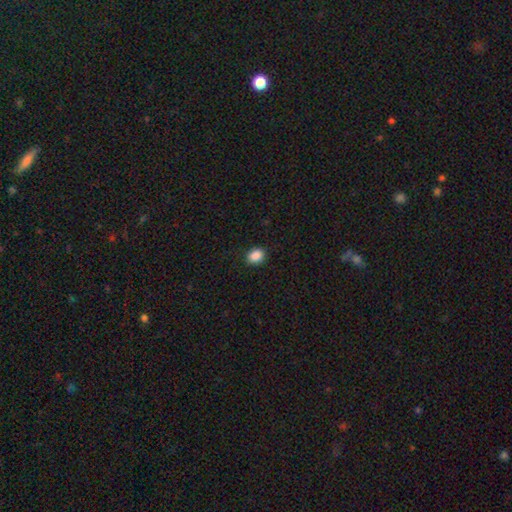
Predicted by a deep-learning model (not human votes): smooth 88%, star or artifact 9%, featured or disk 3%. Down the decision tree: how rounded — round (53%); merging — none (89%).